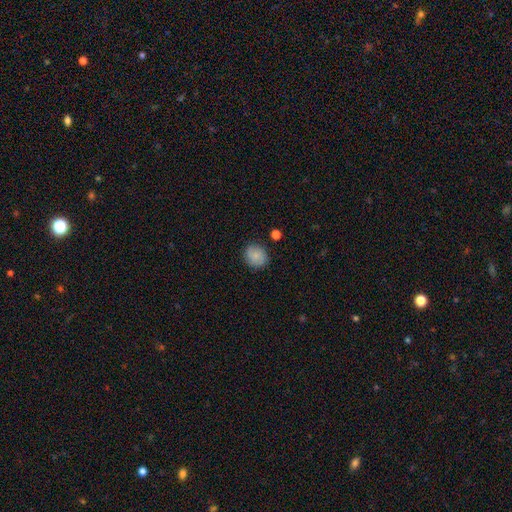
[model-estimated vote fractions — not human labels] The model was most divided on "how rounded": round: 74%, in between: 25%, cigar-shaped: 1%. More confident: merging — none (85%); smooth or featured — smooth (80%).